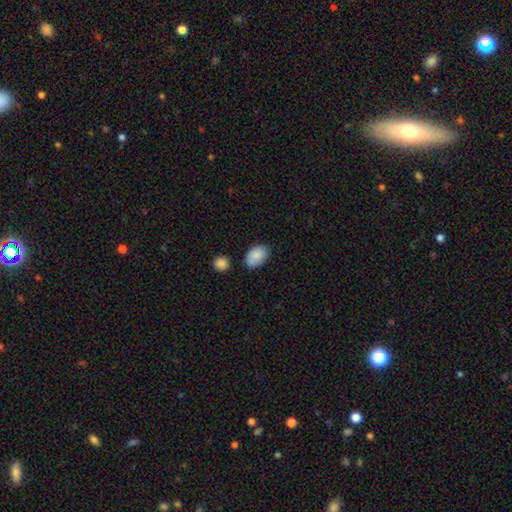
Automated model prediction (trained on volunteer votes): Q: Smooth or featured?
A: smooth (86%); runner-up: star or artifact (7%)
Q: How rounded?
A: in between (90%); runner-up: round (9%)
Q: Merging?
A: none (68%); runner-up: minor disturbance (21%)